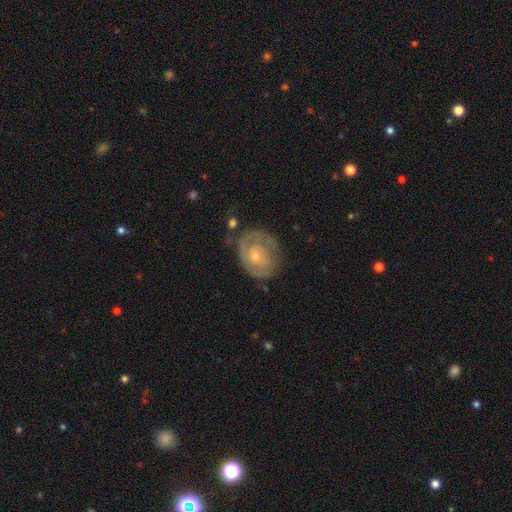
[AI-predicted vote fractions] A featured or disk galaxy (75%) with no bar (76%), 2 (41%) tight (65%) spiral arms (84%) and a small central bulge (60%). Merging: none (65%).